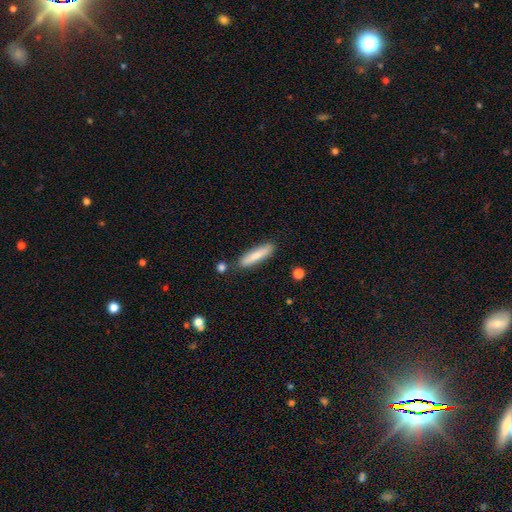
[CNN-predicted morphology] Smooth or featured? smooth (78%)
How rounded? cigar-shaped (83%)
Merging? none (83%)